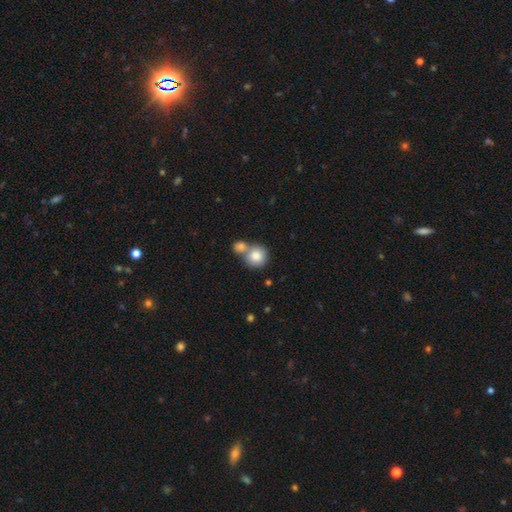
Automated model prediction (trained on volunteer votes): Overall: smooth (83%). How rounded: round (88%). Merging: merger (46%; none 43%).